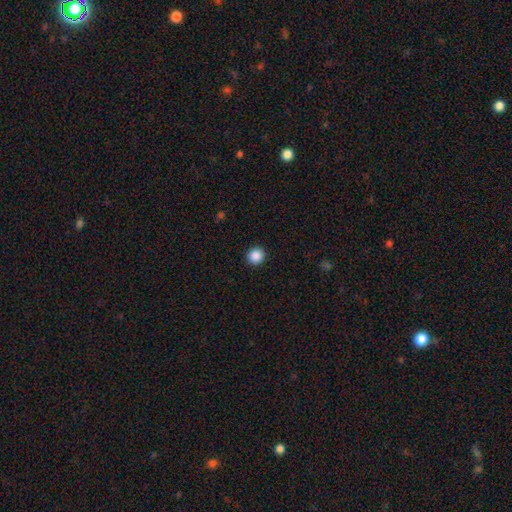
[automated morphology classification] smooth 88%, star or artifact 10%, featured or disk 3%. Down the decision tree: how rounded — round (93%); merging — none (93%).